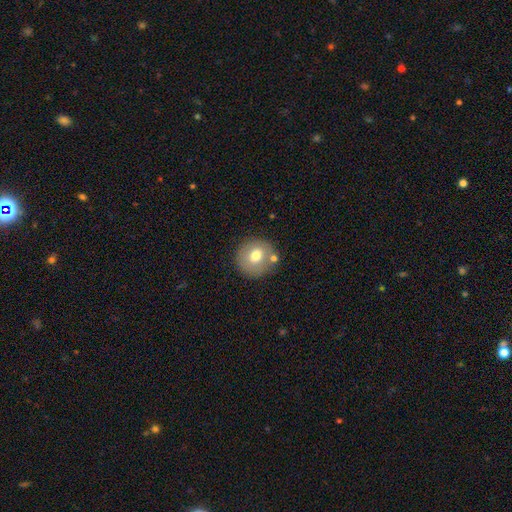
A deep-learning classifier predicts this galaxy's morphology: type=smooth (71%); roundness=round (91%); merging=none (75%).